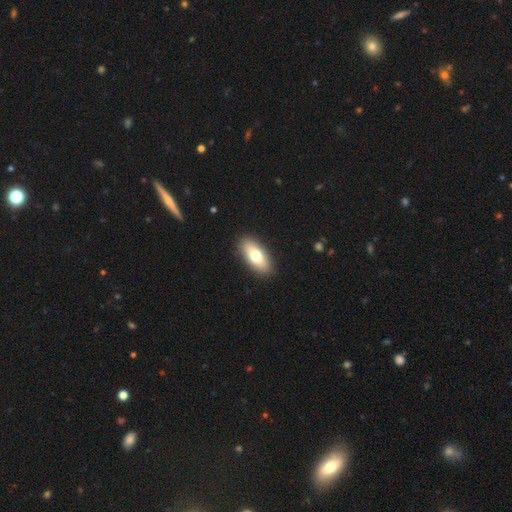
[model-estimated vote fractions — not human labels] This appears to be a smooth galaxy with no disk features (73%) that is in between round and cigar-shaped (84%). Merging: none (90%).